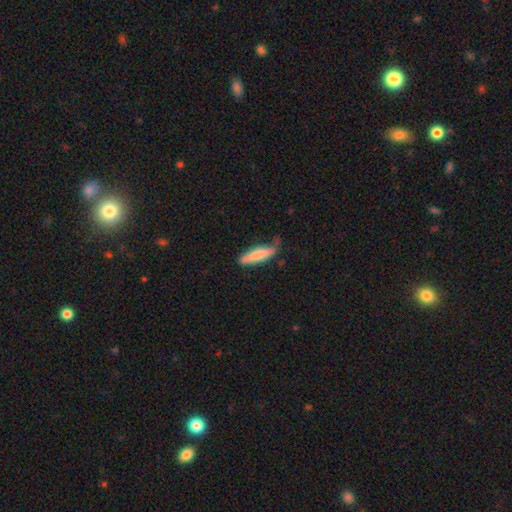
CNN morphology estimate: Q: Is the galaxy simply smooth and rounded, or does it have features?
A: smooth — 76%.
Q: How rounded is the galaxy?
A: cigar-shaped — 72%.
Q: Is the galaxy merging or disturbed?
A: none — 62%.